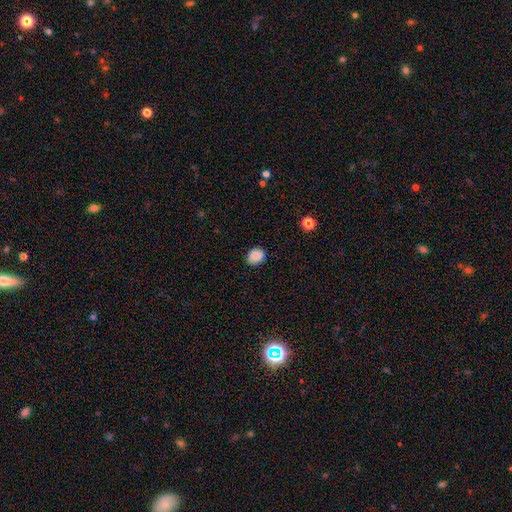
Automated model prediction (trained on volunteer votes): Smooth or featured? Predicted: smooth (p=0.88). How rounded? Predicted: round (p=0.53). Merging? Predicted: none (p=0.85).